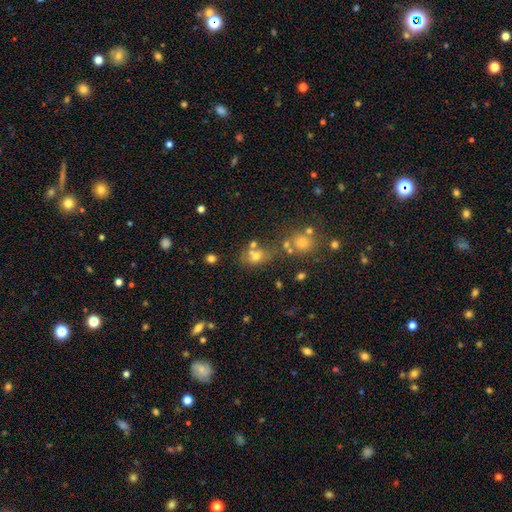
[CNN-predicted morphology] Smooth or featured: smooth — 62% (star or artifact — 20%)
How rounded: in between — 54% (round — 44%)
Merging: none — 44% (merger — 32%)